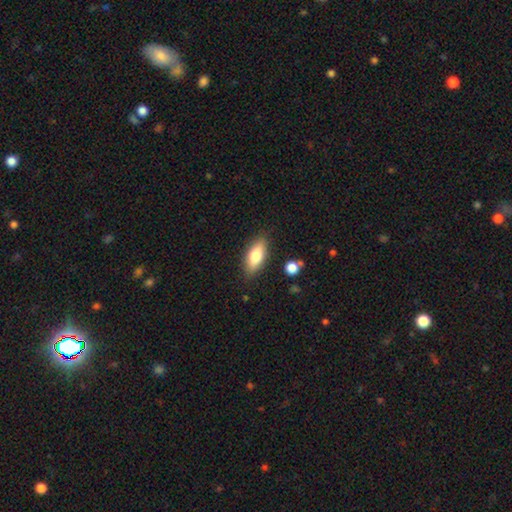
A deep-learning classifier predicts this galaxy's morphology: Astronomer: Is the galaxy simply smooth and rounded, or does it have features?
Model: smooth — 75%.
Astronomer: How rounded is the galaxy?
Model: in between — 78%.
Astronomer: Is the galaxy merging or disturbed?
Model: none — 84%.